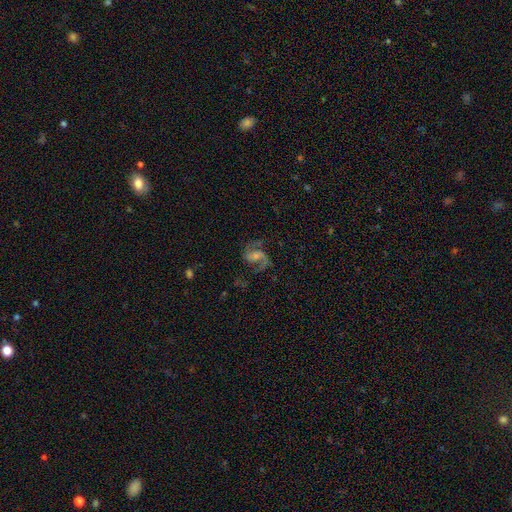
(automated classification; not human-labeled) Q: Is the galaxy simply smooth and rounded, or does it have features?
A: featured or disk — 84%.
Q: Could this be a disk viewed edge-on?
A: no — 98%.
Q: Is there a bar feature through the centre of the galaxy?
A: weak — 48%.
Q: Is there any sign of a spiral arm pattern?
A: yes — 96%.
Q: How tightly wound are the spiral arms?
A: medium — 57%.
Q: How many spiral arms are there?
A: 2 — 90%.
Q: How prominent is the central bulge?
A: small — 45%.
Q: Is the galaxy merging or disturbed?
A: none — 72%.